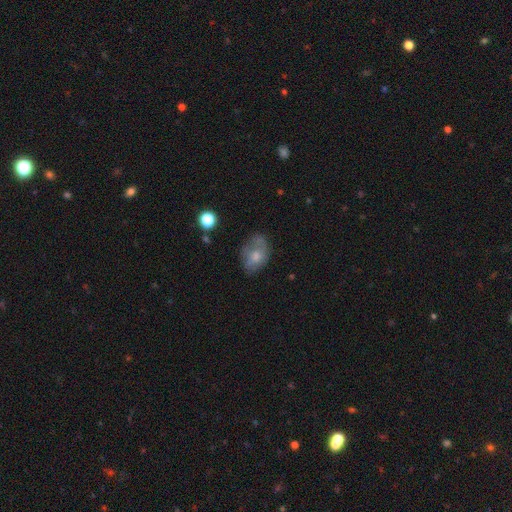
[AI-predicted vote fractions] Morphology: type=smooth (59%); roundness=in between (76%); merging=none (48%).